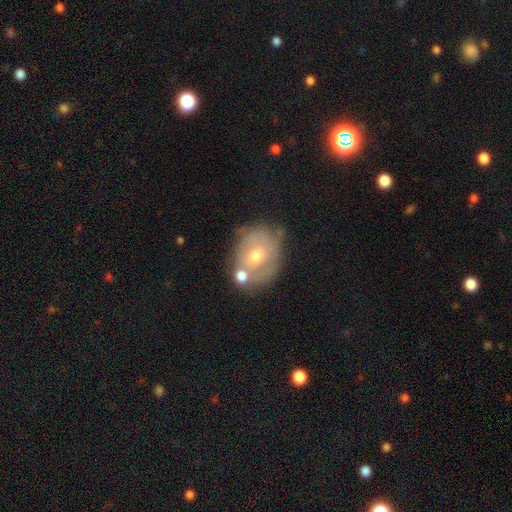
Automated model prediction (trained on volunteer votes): Morphology: type=featured or disk (58%); edge-on=no (96%); bar=no (75%); spiral arms=yes (55%); bulge=moderate (52%); merging=none (50%).